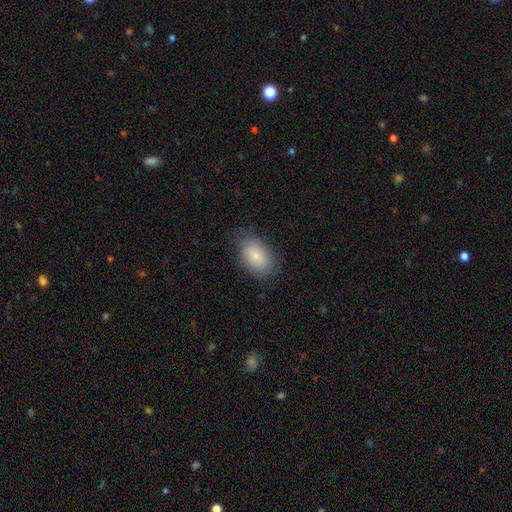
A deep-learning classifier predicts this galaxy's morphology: This is clearly a smooth galaxy (80%). How rounded: clearly in between (88%). Merging: likely none (74%).